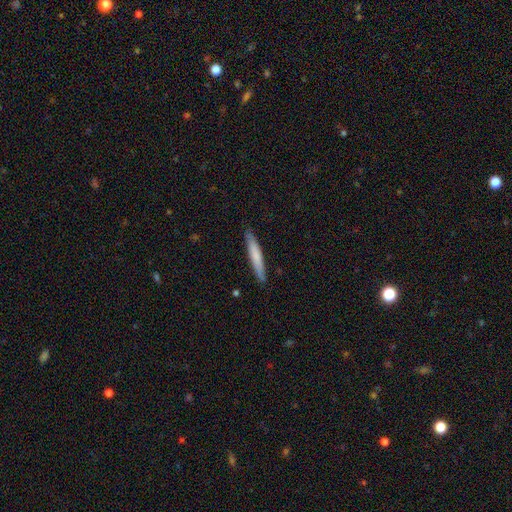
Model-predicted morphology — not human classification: A smooth galaxy with no disk features (70%) that is cigar-shaped (95%). Merging: none (88%).